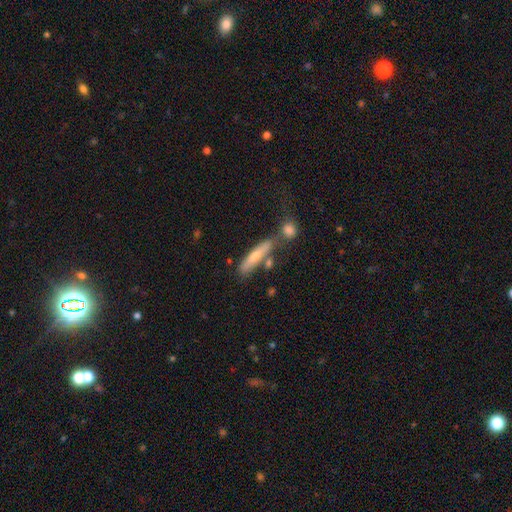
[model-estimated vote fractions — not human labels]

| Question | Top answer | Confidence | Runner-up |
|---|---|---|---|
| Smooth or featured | smooth | 63% | featured or disk (30%) |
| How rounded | cigar-shaped | 84% | in between (14%) |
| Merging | none | 61% | merger (19%) |